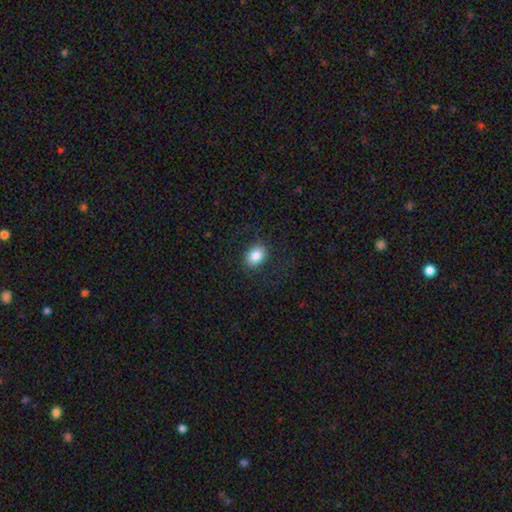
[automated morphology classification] This appears to be a smooth galaxy with no disk features (86%) that is in between round and cigar-shaped (70%). Merging: none (84%).